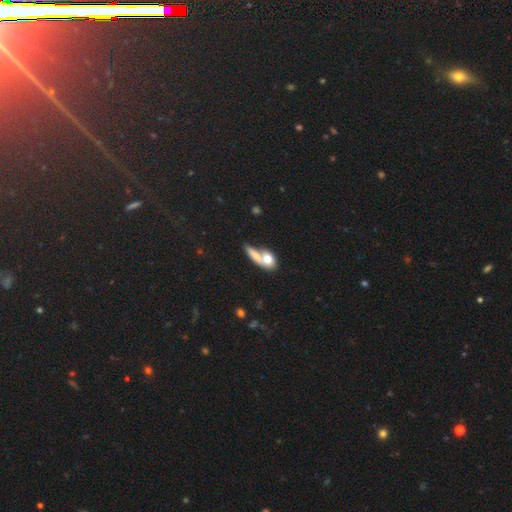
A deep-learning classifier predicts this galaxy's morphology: A smooth galaxy with no disk features (67%) that is in between round and cigar-shaped (53%). Merging: merger (56%).